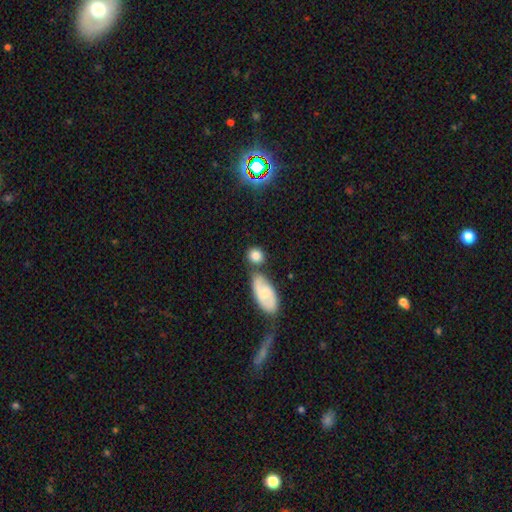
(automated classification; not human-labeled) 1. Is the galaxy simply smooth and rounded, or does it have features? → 80% smooth, 12% featured or disk, 8% star or artifact.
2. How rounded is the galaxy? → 75% round, 22% in between, 3% cigar-shaped.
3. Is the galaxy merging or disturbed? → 63% none, 20% merger, 12% minor disturbance, 4% major disturbance.